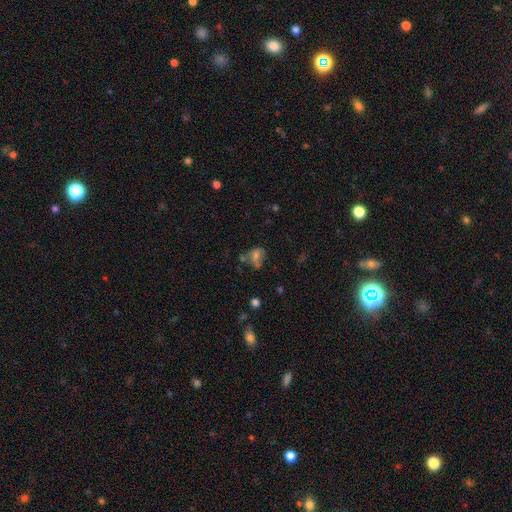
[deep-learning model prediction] Smooth or featured? Predicted: smooth (p=0.52). How rounded? Predicted: in between (p=0.57). Merging? Predicted: none (p=0.47).